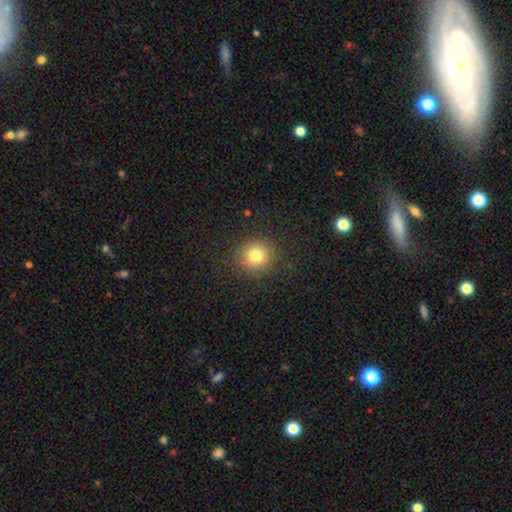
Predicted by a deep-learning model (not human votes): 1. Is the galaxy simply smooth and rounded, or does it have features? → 78% smooth, 14% star or artifact, 9% featured or disk.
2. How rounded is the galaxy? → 91% round, 8% in between, 1% cigar-shaped.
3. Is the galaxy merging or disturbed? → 89% none, 7% minor disturbance, 3% major disturbance, 1% merger.